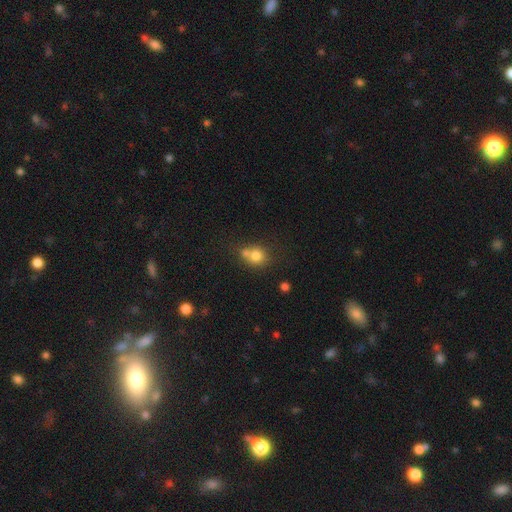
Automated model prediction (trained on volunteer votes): This appears to be a smooth galaxy with no disk features (76%) that is round (79%). Merging: merger (44%).